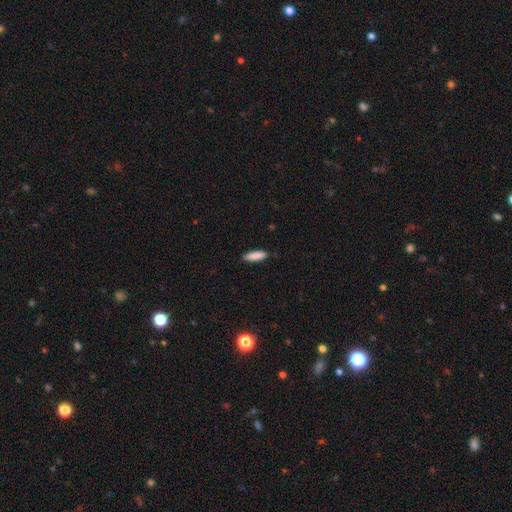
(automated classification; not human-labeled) Smooth or featured? smooth (88%)
How rounded? cigar-shaped (61%)
Merging? none (88%)